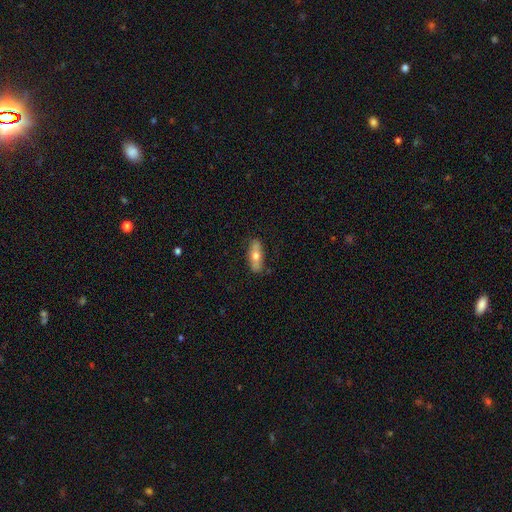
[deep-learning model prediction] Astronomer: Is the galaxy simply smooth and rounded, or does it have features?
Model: smooth — 59% (runner-up: featured or disk, 35%).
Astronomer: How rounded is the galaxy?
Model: in between — 62%.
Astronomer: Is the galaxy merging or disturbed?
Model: none — 83%.